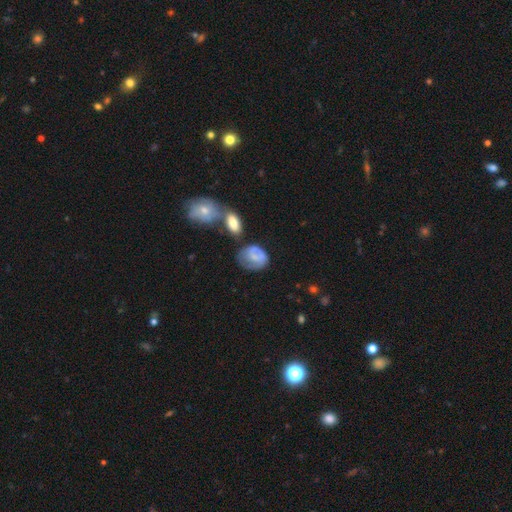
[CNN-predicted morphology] Smooth or featured? smooth (48%)
Merging? none (46%)